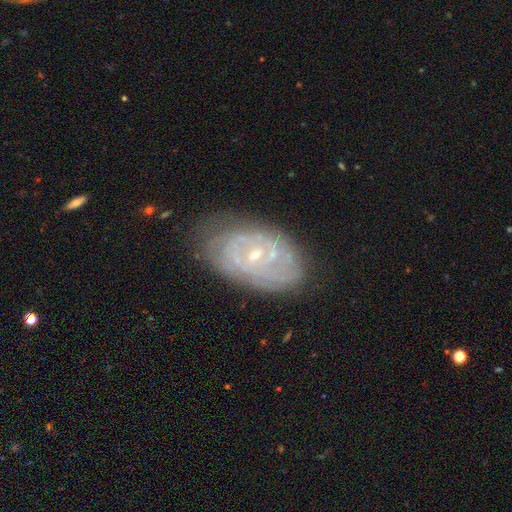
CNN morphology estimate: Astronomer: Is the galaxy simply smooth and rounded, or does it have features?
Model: featured or disk — 79%.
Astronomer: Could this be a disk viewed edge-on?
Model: no — 95%.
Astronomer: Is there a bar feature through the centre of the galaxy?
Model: no — 56% (runner-up: weak, 34%).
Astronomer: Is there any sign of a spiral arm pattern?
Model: yes — 84%.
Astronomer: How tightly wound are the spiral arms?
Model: tight — 72%.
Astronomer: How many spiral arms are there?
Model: can't tell — 46% (runner-up: 2, 29%).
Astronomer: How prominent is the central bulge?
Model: small — 69%.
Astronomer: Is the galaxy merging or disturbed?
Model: none — 71%.